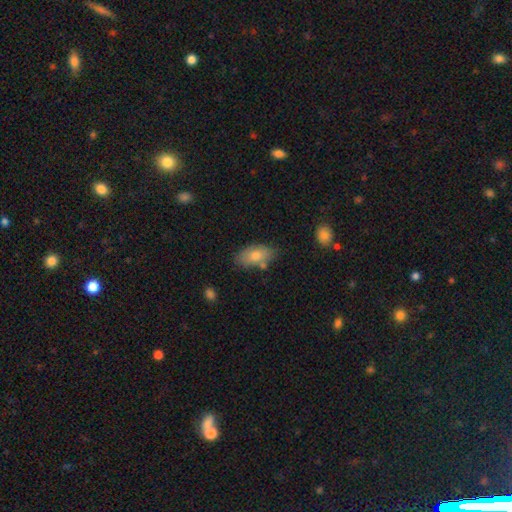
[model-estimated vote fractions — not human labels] Q: Smooth or featured?
A: smooth (76%); runner-up: featured or disk (16%)
Q: How rounded?
A: in between (91%); runner-up: cigar-shaped (5%)
Q: Merging?
A: none (74%); runner-up: minor disturbance (16%)